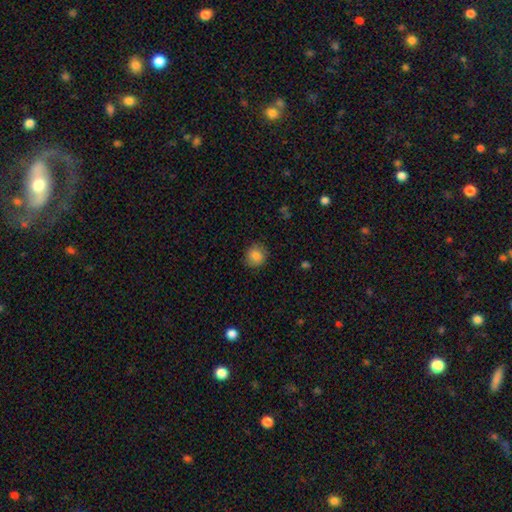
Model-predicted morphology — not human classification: Smooth or featured? smooth (85%)
How rounded? round (85%)
Merging? none (88%)